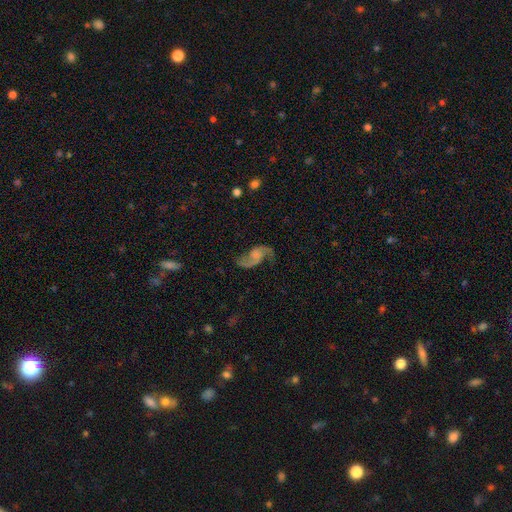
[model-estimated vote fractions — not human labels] Smooth or featured? featured or disk (85%)
Edge-on disk? no (97%)
Bar? no (60%)
Spiral arms? yes (96%)
Spiral winding? loose (69%)
Spiral arm count? 2 (92%)
Bulge size? none (46%)
Merging? none (70%)